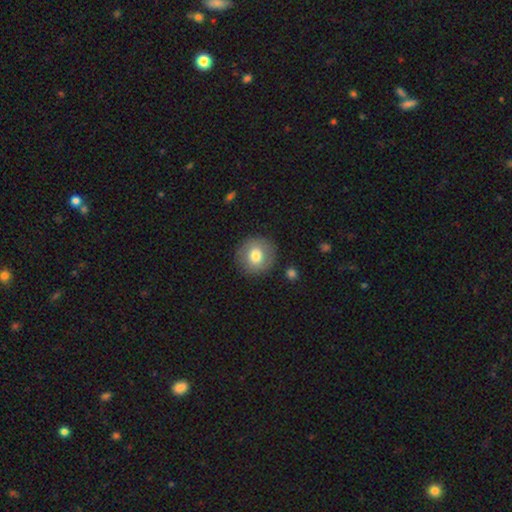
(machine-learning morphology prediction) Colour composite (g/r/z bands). It shows a smooth galaxy with no disk features (74%) that is round (91%). Merging: none (87%).